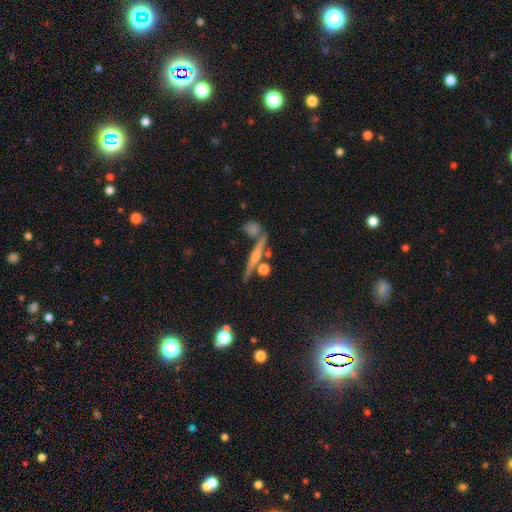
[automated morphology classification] This appears to be a featured or disk galaxy (63%) viewed edge-on (93%) with a rounded central bulge (57%). Merging: none (69%).